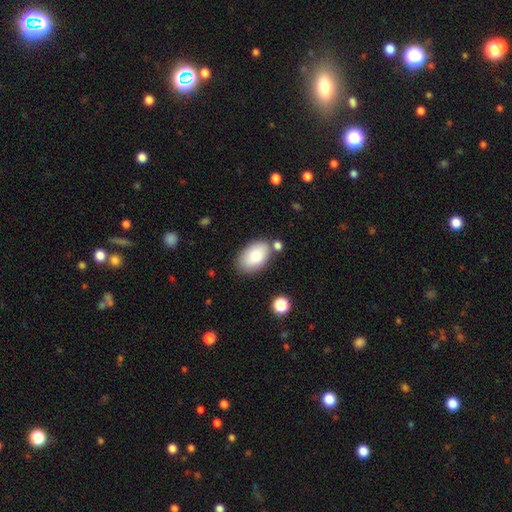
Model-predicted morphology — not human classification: Smooth or featured?
  - smooth: 84% *
  - featured or disk: 9%
  - star or artifact: 7%
How rounded?
  - in between: 94% *
  - round: 5%
  - cigar-shaped: 1%
Merging?
  - none: 74% *
  - minor disturbance: 15%
  - merger: 7%
  - major disturbance: 4%